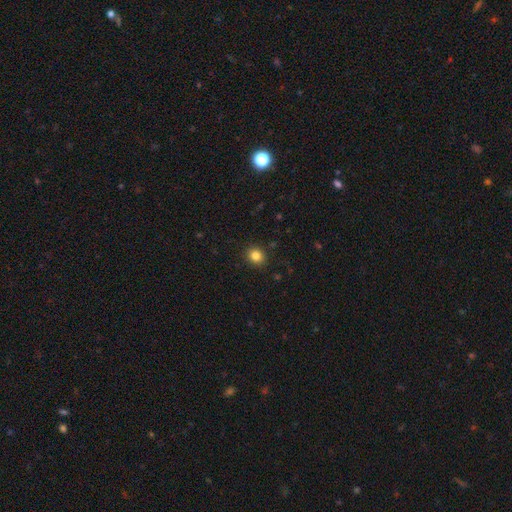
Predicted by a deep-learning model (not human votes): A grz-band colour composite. It shows a smooth galaxy with no disk features (84%) that is round (80%). Merging: none (91%).